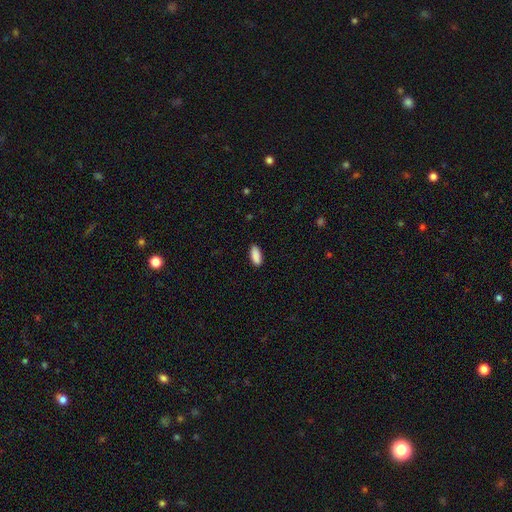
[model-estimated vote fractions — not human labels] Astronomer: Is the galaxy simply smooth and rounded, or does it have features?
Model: smooth — 90%.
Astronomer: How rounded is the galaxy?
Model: in between — 84%.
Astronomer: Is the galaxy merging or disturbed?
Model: none — 87%.